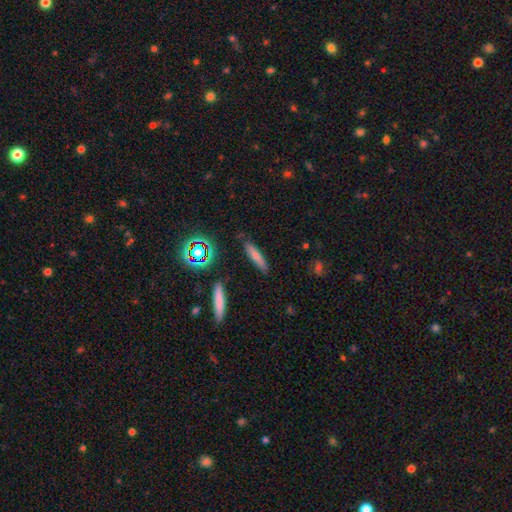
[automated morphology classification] Smooth or featured? Predicted: smooth (p=0.67). How rounded? Predicted: cigar-shaped (p=0.77). Merging? Predicted: none (p=0.83).